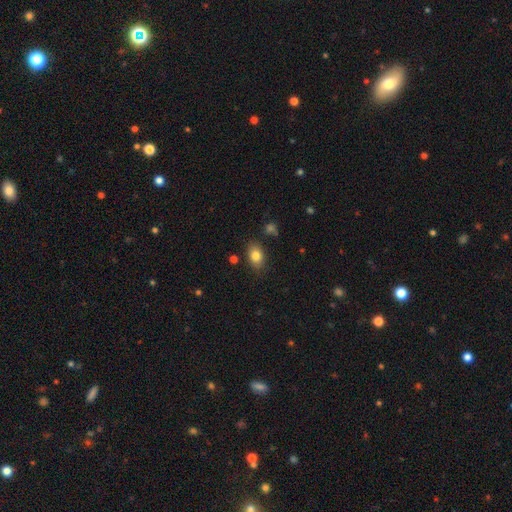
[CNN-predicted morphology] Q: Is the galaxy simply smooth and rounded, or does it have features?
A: smooth — 82%.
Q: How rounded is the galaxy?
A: in between — 81%.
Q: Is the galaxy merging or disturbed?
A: none — 82%.